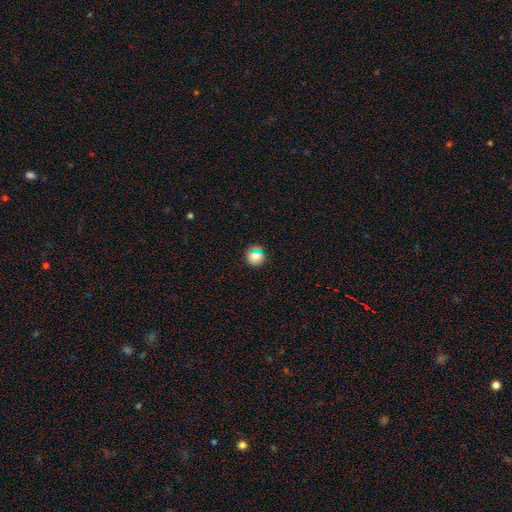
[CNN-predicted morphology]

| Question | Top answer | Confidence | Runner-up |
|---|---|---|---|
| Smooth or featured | smooth | 74% | star or artifact (21%) |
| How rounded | round | 89% | in between (9%) |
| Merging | none | 84% | minor disturbance (9%) |